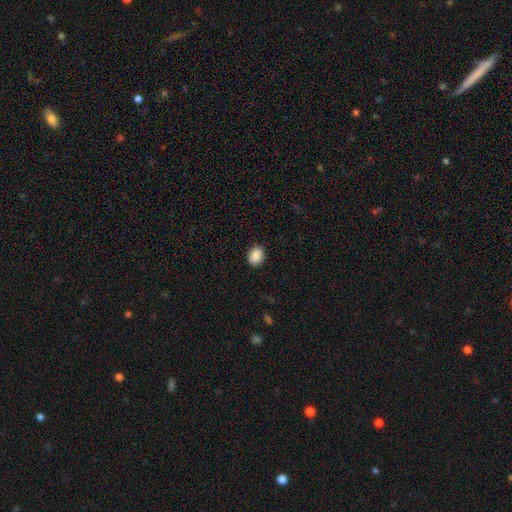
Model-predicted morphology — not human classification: Smooth or featured? Predicted: smooth (p=0.89). How rounded? Predicted: in between (p=0.55). Merging? Predicted: none (p=0.88).